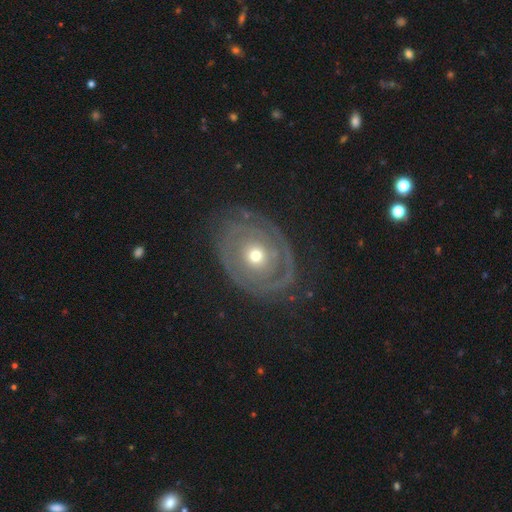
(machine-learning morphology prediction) smooth_or_featured: featured or disk (p=0.77) [alt: smooth p=0.17]
disk_edge_on: no (p=0.96) [alt: yes p=0.04]
bar: no (p=0.86) [alt: weak p=0.10]
has_spiral_arms: yes (p=0.71) [alt: no p=0.29]
spiral_winding: tight (p=0.72) [alt: medium p=0.20]
spiral_arm_count: 2 (p=0.43) [alt: can't tell p=0.29]
bulge_size: moderate (p=0.55) [alt: small p=0.40]
merging: none (p=0.75) [alt: minor disturbance p=0.15]